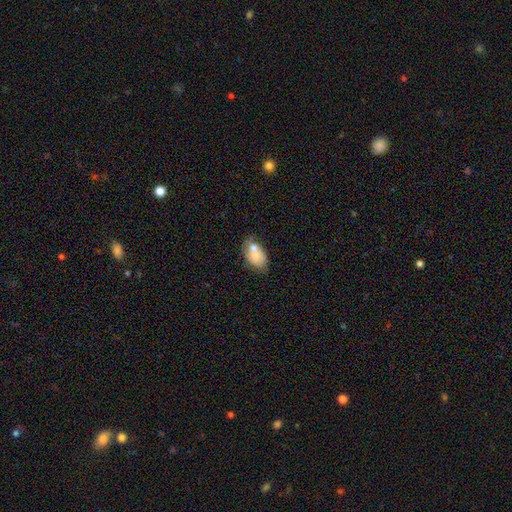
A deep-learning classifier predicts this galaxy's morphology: smooth-or-featured: smooth: 69% | featured or disk: 24% | star or artifact: 8%
  how-rounded: in between: 89% | round: 9% | cigar-shaped: 2%
  merging: none: 43% | merger: 30% | minor disturbance: 20% | major disturbance: 7%